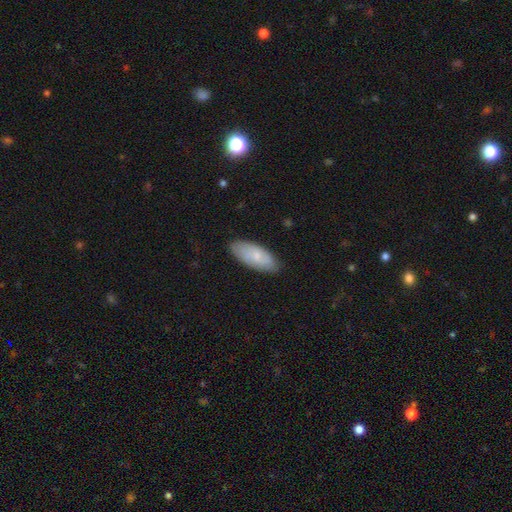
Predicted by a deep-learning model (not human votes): Smooth or featured: smooth — 71% (featured or disk — 23%)
How rounded: in between — 84% (cigar-shaped — 14%)
Merging: none — 84% (minor disturbance — 13%)